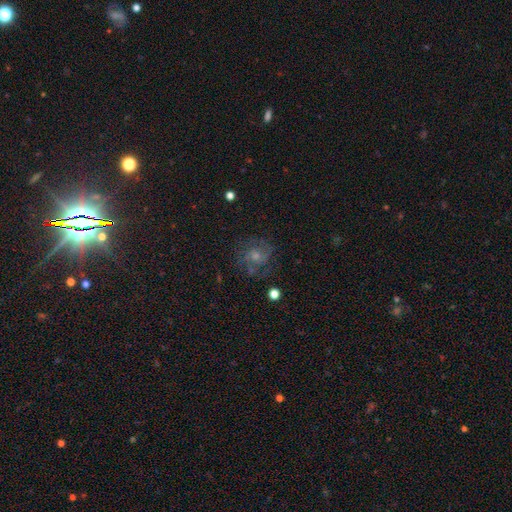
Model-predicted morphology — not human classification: This is likely a featured or disk galaxy (66%). It is clearly not viewed edge-on (98%). Bar: likely no (65%). Spiral arm pattern: clearly yes (92%). Spiral arm count: possibly 2 (57%). Spiral winding: possibly medium (46%). Central bulge: possibly small (47%). Merging: likely none (78%).